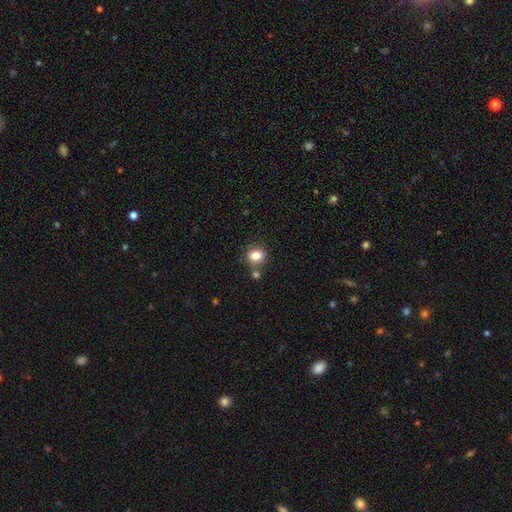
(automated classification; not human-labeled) Smooth or featured: smooth — 85% (star or artifact — 10%)
How rounded: round — 73% (in between — 26%)
Merging: none — 72% (merger — 13%)